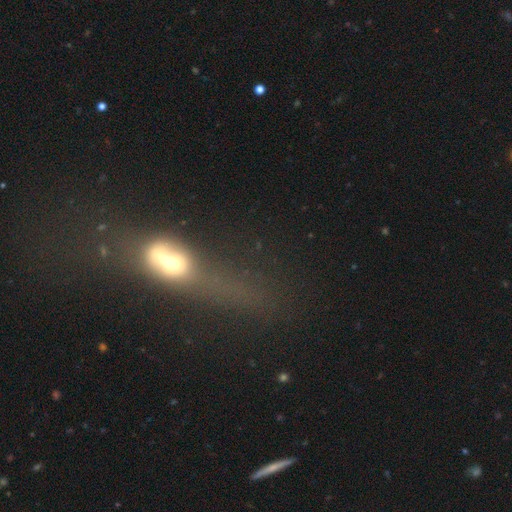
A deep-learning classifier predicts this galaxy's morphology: A featured or disk galaxy (38%). Merging: major disturbance (39%).